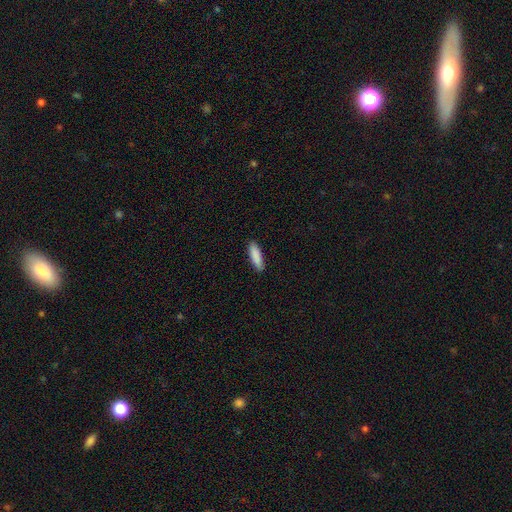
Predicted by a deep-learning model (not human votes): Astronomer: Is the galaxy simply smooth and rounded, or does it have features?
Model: smooth — 89%.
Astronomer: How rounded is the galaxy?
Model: cigar-shaped — 64%.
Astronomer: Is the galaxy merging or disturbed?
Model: none — 89%.